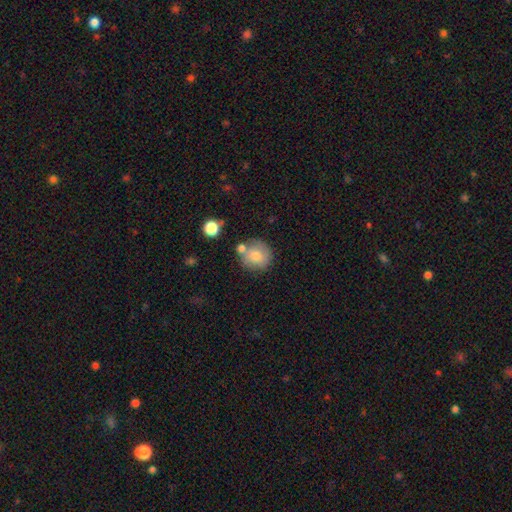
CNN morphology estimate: smooth_or_featured: smooth (p=0.75) [alt: featured or disk p=0.16]
how_rounded: round (p=0.89) [alt: in between p=0.10]
merging: none (p=0.67) [alt: merger p=0.16]